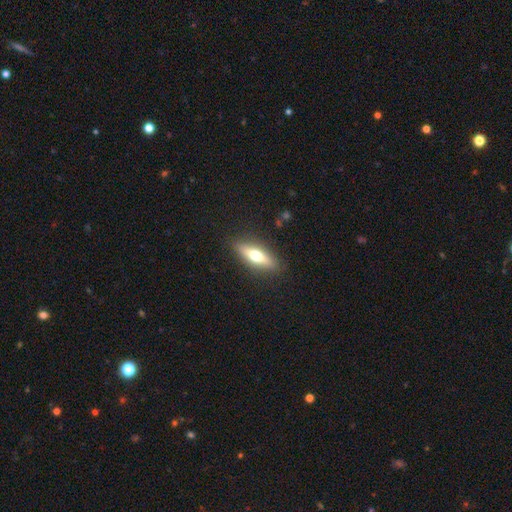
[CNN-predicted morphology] smooth_or_featured: smooth (p=0.53) [alt: featured or disk p=0.41]
how_rounded: cigar-shaped (p=0.55) [alt: in between p=0.43]
merging: none (p=0.88) [alt: minor disturbance p=0.09]